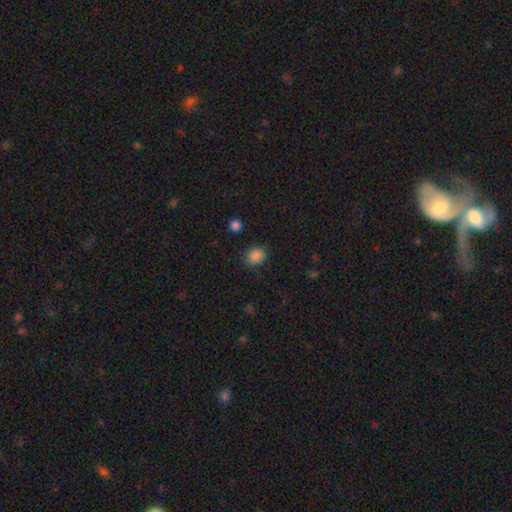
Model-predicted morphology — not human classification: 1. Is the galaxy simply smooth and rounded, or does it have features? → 86% smooth, 11% star or artifact, 3% featured or disk.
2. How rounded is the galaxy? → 56% round, 43% in between, 1% cigar-shaped.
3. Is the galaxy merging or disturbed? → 83% none, 12% minor disturbance, 3% major disturbance, 2% merger.